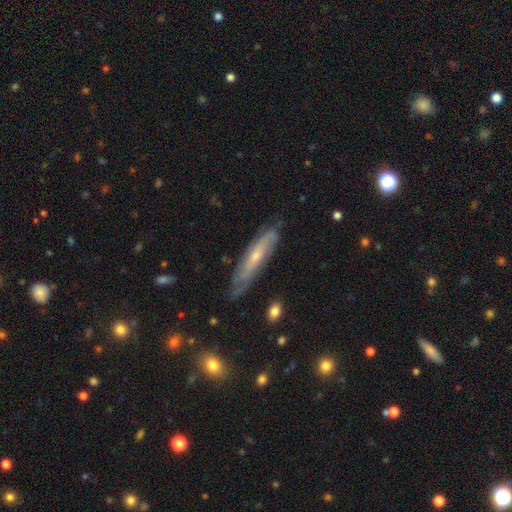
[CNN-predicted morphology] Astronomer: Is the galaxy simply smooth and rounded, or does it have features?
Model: featured or disk — 64%.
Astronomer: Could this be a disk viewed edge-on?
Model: yes — 52% (runner-up: no, 48%).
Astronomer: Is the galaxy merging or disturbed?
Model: none — 72%.